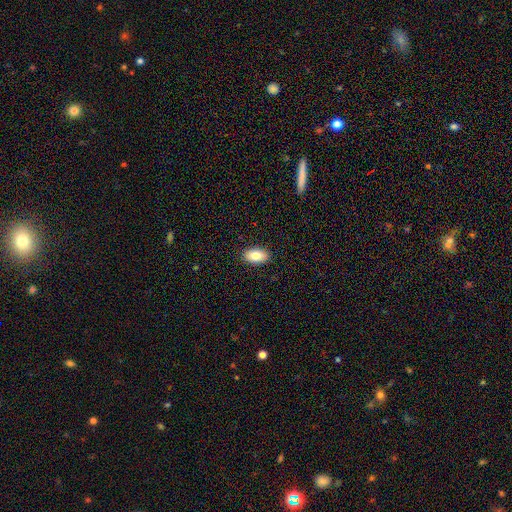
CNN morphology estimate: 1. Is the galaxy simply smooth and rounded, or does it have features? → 82% smooth, 11% featured or disk, 7% star or artifact.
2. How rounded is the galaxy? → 93% in between, 5% round, 2% cigar-shaped.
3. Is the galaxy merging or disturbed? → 90% none, 7% minor disturbance, 2% major disturbance, 1% merger.